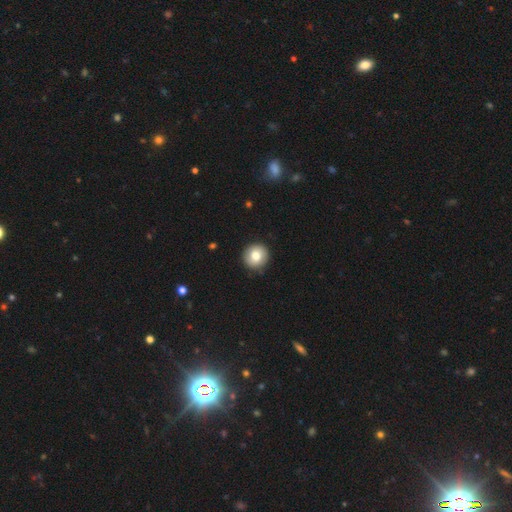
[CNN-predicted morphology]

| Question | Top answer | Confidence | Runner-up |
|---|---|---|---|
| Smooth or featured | smooth | 79% | featured or disk (13%) |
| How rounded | round | 93% | in between (6%) |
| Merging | none | 90% | minor disturbance (7%) |